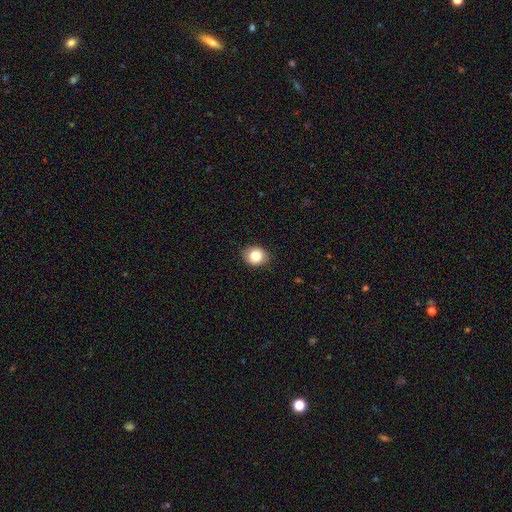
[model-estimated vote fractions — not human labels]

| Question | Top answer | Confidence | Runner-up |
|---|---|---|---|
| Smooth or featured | smooth | 82% | star or artifact (10%) |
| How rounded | round | 67% | in between (32%) |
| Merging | none | 88% | minor disturbance (9%) |